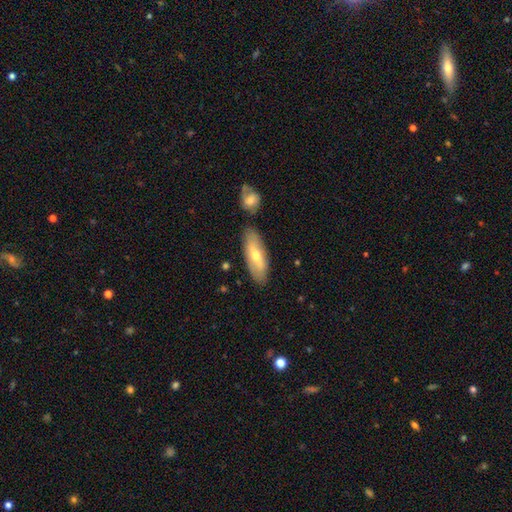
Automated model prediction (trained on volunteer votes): Smooth or featured? smooth (51%)
How rounded? in between (61%)
Merging? none (79%)